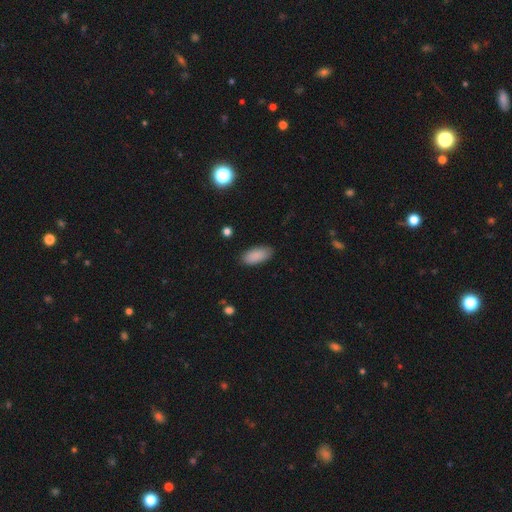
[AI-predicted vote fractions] Q: Smooth or featured?
A: smooth (89%); runner-up: star or artifact (7%)
Q: How rounded?
A: in between (90%); runner-up: cigar-shaped (8%)
Q: Merging?
A: none (86%); runner-up: minor disturbance (11%)